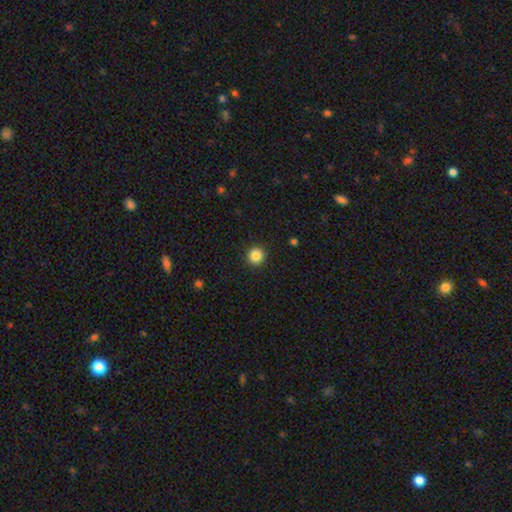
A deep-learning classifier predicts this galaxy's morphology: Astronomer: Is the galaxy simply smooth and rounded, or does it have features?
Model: smooth — 86%.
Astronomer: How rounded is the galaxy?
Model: round — 95%.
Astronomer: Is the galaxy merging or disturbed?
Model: none — 93%.